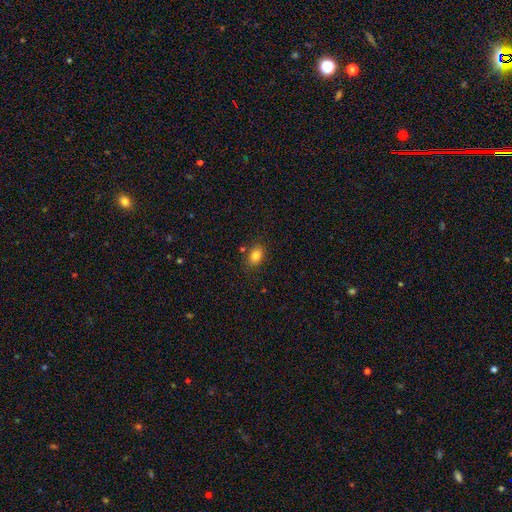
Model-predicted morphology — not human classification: A smooth galaxy with no disk features (83%) that is in between round and cigar-shaped (77%). Merging: none (80%).